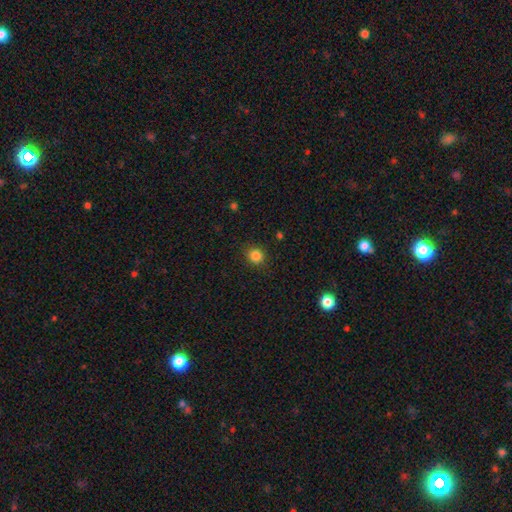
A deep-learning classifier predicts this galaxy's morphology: A smooth galaxy with no disk features (84%) that is round (82%).

Vote fractions:
- Smooth or featured? smooth: 84% / star or artifact: 12% / featured or disk: 4%
- How rounded? round: 82% / in between: 17% / cigar-shaped: 1%
- Merging? none: 87% / minor disturbance: 9% / major disturbance: 3% / merger: 1%